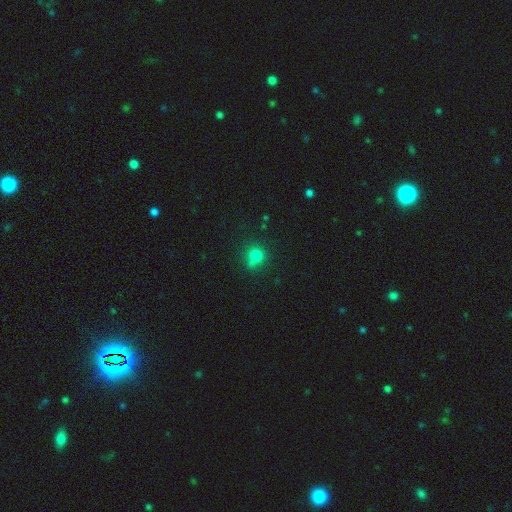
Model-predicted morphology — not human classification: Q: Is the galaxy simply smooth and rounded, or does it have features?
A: smooth — 78%.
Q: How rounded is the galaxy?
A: round — 80%.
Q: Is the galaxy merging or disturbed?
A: none — 58%.